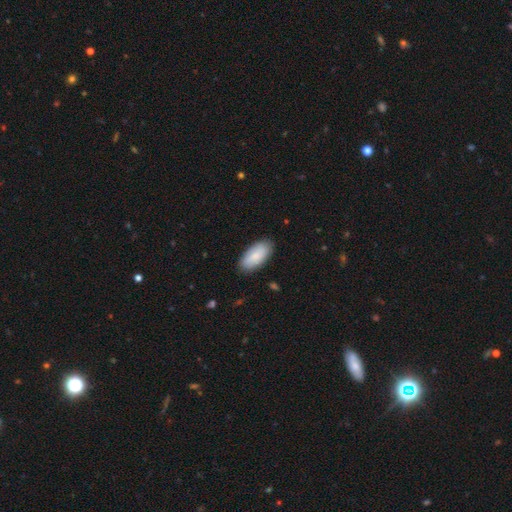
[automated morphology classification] Q: Smooth or featured?
A: smooth (85%); runner-up: featured or disk (9%)
Q: How rounded?
A: in between (92%); runner-up: cigar-shaped (6%)
Q: Merging?
A: none (86%); runner-up: minor disturbance (11%)